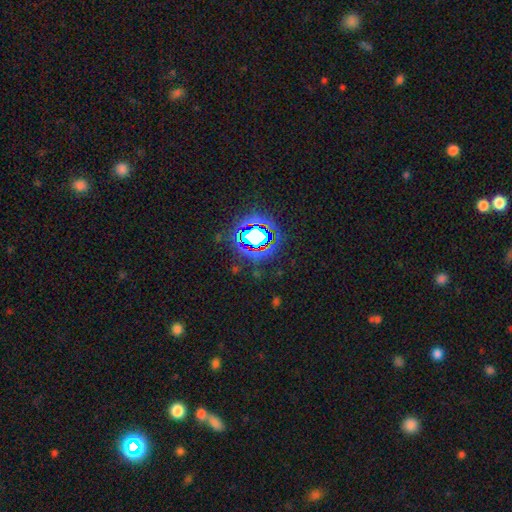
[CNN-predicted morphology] star or artifact 80%, smooth 12%, featured or disk 7%.